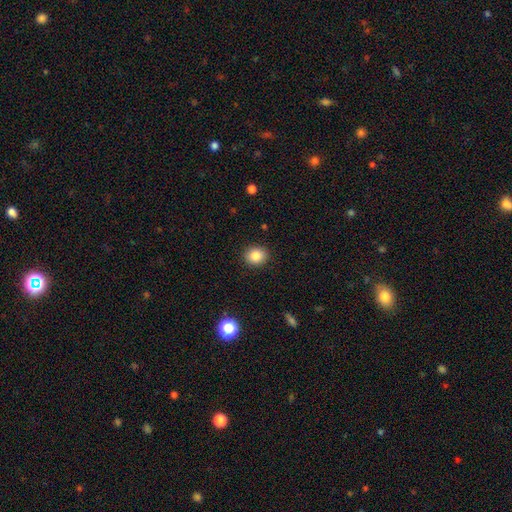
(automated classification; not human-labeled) Overall: smooth (85%). How rounded: round (68%; in between 31%). Merging: none (90%).